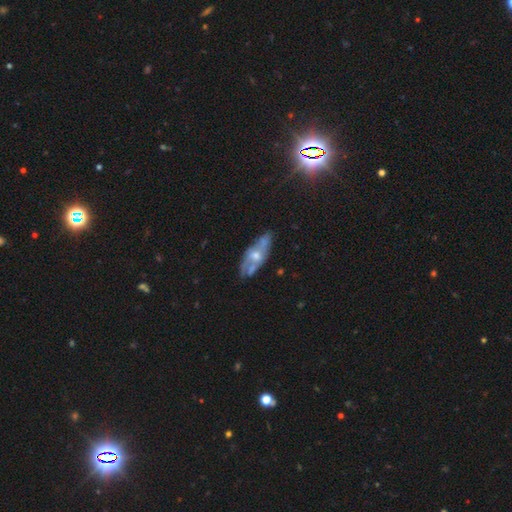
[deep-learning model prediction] Smooth or featured? Predicted: featured or disk (p=0.64). Edge-on disk? Predicted: no (p=0.81). Bar? Predicted: no (p=0.76). Spiral arms? Predicted: no (p=0.53). Bulge size? Predicted: moderate (p=0.58). Merging? Predicted: none (p=0.51).